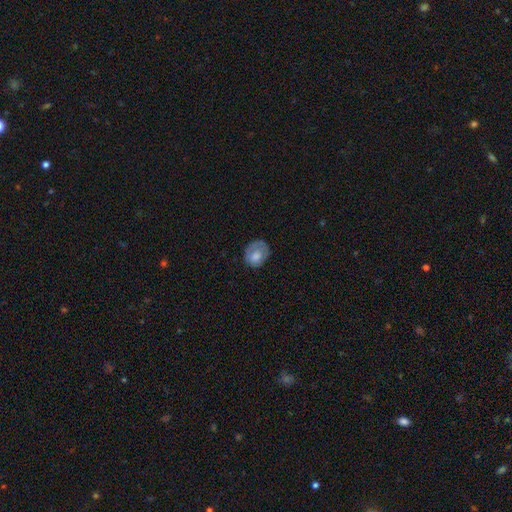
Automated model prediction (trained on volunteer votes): This appears to be a smooth galaxy with no disk features (66%) that is round (62%). Merging: none (59%).